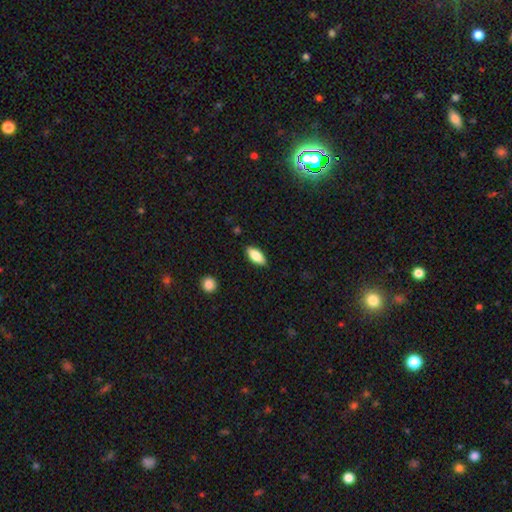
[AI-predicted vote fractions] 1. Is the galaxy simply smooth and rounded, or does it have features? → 80% smooth, 14% featured or disk, 6% star or artifact.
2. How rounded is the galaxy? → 82% in between, 16% cigar-shaped, 2% round.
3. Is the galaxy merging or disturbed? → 87% none, 9% minor disturbance, 2% major disturbance, 1% merger.